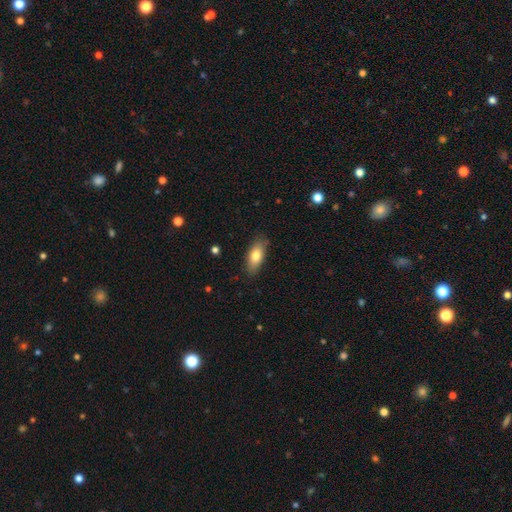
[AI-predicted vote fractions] This is likely a smooth galaxy (78%). How rounded: clearly in between (81%). Merging: clearly none (81%).